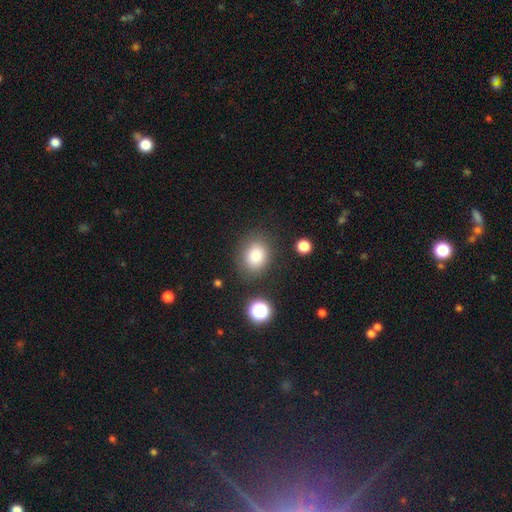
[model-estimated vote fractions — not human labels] Morphology: type=smooth (82%); roundness=round (52%); merging=none (80%).